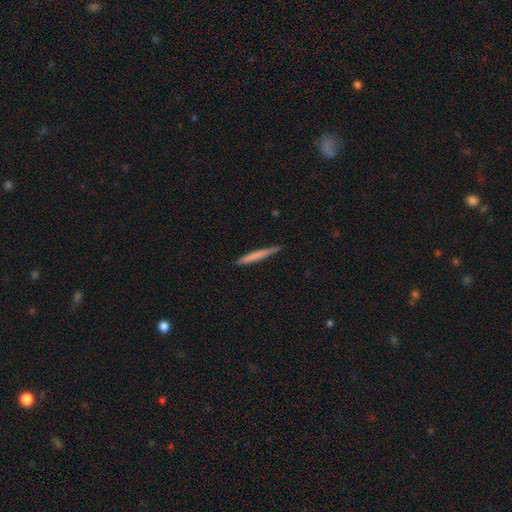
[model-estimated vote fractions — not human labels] Smooth or featured: smooth — 66% (featured or disk — 28%)
How rounded: cigar-shaped — 97% (in between — 2%)
Merging: none — 87% (minor disturbance — 10%)